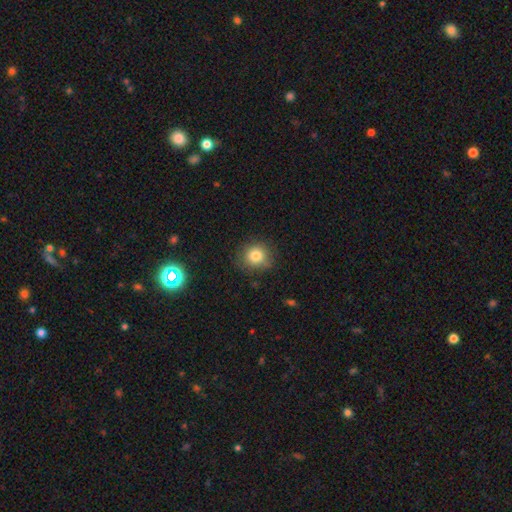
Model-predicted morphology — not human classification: Smooth or featured: smooth — 81% (star or artifact — 11%)
How rounded: round — 85% (in between — 14%)
Merging: none — 81% (minor disturbance — 14%)